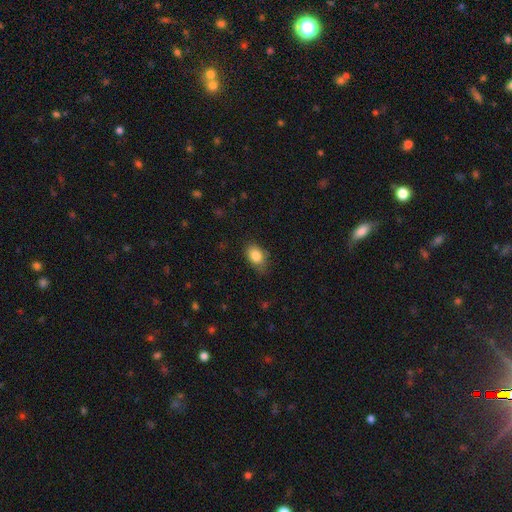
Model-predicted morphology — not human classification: A smooth galaxy with no disk features (84%) that is in between round and cigar-shaped (82%).

Vote fractions:
- Smooth or featured? smooth: 84% / star or artifact: 8% / featured or disk: 8%
- How rounded? in between: 82% / round: 17% / cigar-shaped: 1%
- Merging? none: 72% / minor disturbance: 22% / major disturbance: 5% / merger: 1%